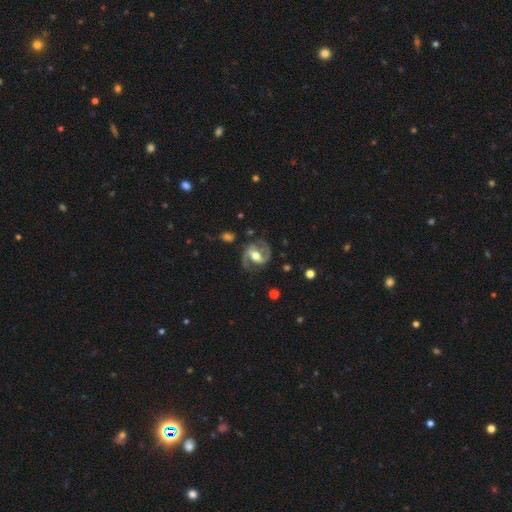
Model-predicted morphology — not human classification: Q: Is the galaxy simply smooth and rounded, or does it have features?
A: featured or disk — 86%.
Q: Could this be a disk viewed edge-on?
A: no — 97%.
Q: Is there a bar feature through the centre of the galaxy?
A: strong — 45%.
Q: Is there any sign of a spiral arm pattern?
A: yes — 94%.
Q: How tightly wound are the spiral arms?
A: medium — 55%.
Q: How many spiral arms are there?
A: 2 — 90%.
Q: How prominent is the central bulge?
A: moderate — 69%.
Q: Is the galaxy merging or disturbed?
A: none — 73%.